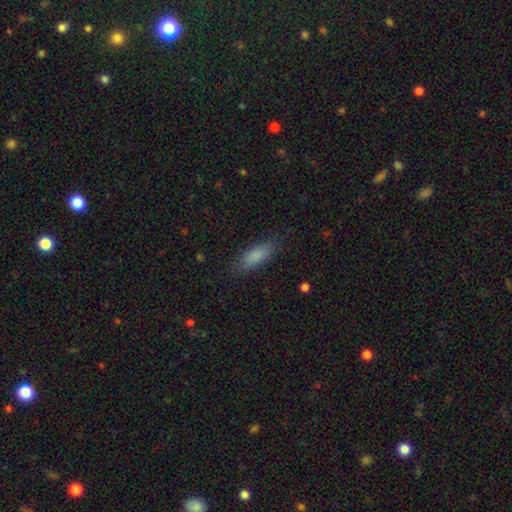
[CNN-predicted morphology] Smooth or featured: smooth — 84% (featured or disk — 8%)
How rounded: in between — 65% (cigar-shaped — 33%)
Merging: none — 84% (minor disturbance — 12%)